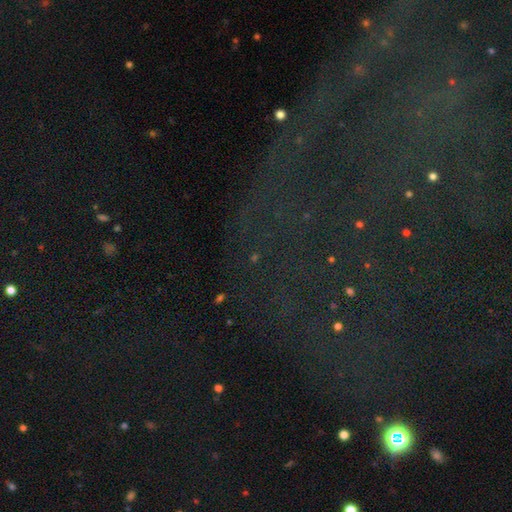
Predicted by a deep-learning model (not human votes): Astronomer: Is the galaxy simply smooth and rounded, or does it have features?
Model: star or artifact — 79%.